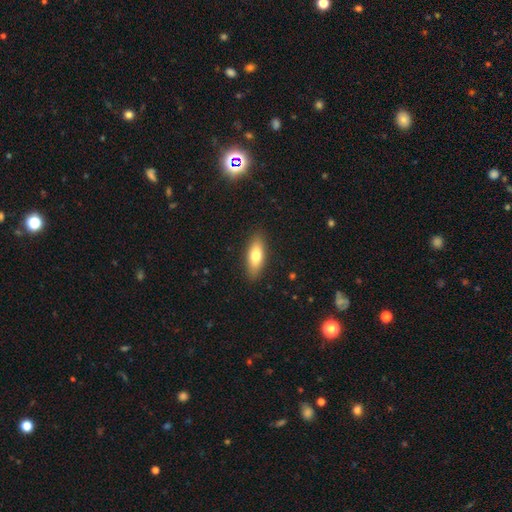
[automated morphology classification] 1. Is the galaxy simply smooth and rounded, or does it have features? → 72% smooth, 21% featured or disk, 6% star or artifact.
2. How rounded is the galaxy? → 67% in between, 30% cigar-shaped, 3% round.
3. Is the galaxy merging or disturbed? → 88% none, 9% minor disturbance, 2% major disturbance, 1% merger.